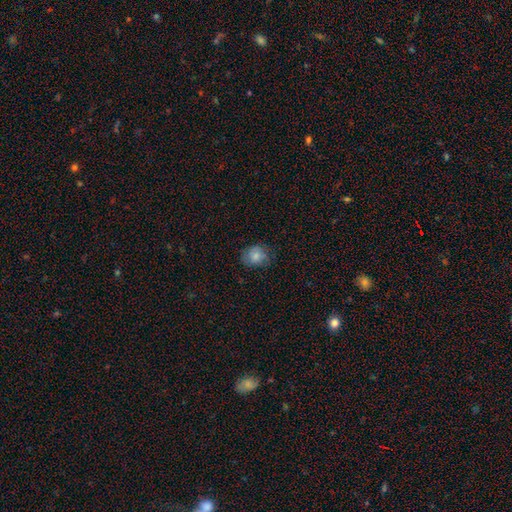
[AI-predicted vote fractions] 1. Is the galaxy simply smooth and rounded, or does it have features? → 79% smooth, 12% featured or disk, 9% star or artifact.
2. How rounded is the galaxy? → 57% round, 42% in between, 1% cigar-shaped.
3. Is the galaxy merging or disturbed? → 69% none, 23% minor disturbance, 7% major disturbance, 1% merger.